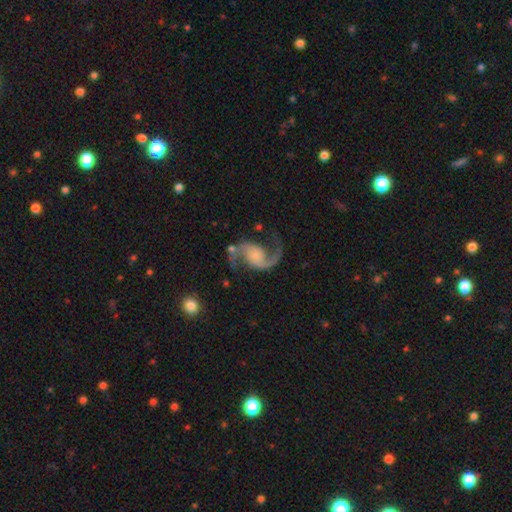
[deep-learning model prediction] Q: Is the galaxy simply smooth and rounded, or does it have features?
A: featured or disk — 92%.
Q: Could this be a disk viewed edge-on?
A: no — 98%.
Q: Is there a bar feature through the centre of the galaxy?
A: no — 63%.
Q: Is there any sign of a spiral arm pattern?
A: yes — 98%.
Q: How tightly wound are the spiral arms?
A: loose — 62%.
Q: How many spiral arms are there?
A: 2 — 94%.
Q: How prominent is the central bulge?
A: small — 35%.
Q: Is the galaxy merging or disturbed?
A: none — 72%.